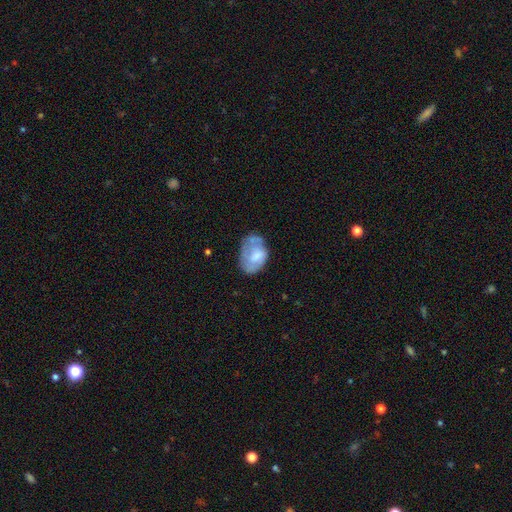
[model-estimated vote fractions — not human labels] Overall: smooth (55%; featured or disk 37%). How rounded: in between (85%). Merging: none (40%; minor disturbance 34%).